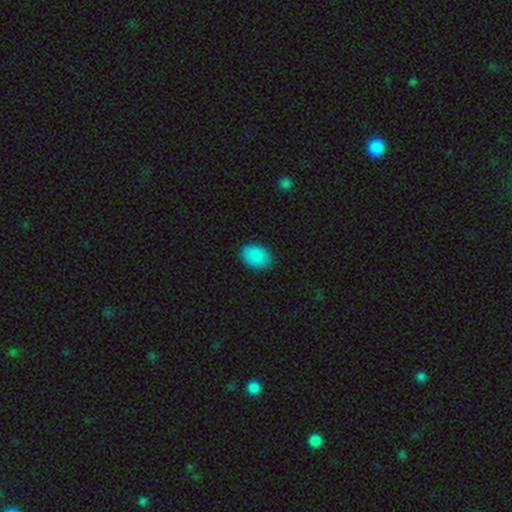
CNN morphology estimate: smooth-or-featured: smooth: 89% | star or artifact: 8% | featured or disk: 3%
  how-rounded: in between: 77% | round: 21% | cigar-shaped: 1%
  merging: none: 87% | minor disturbance: 10% | major disturbance: 2% | merger: 1%